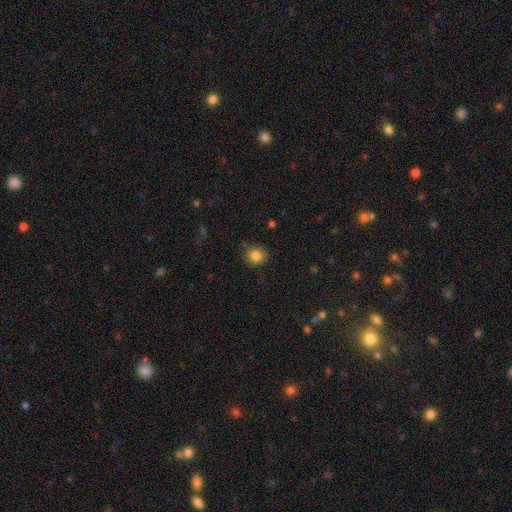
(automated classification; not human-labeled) Smooth or featured: smooth — 84% (star or artifact — 11%)
How rounded: round — 83% (in between — 16%)
Merging: none — 84% (minor disturbance — 11%)